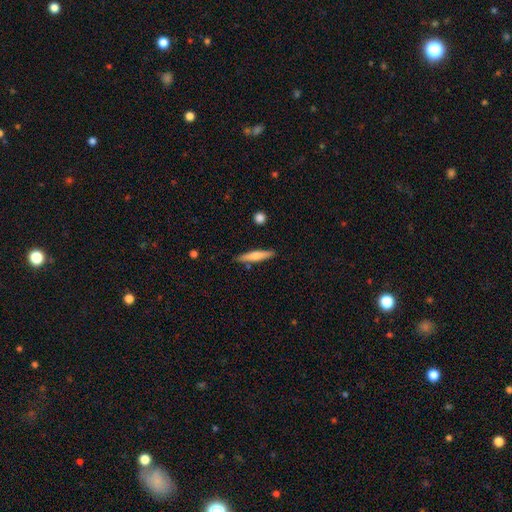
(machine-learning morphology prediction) smooth-or-featured: smooth: 60% | featured or disk: 34% | star or artifact: 6%
  how-rounded: cigar-shaped: 90% | in between: 8% | round: 2%
  merging: none: 87% | minor disturbance: 9% | merger: 3% | major disturbance: 2%